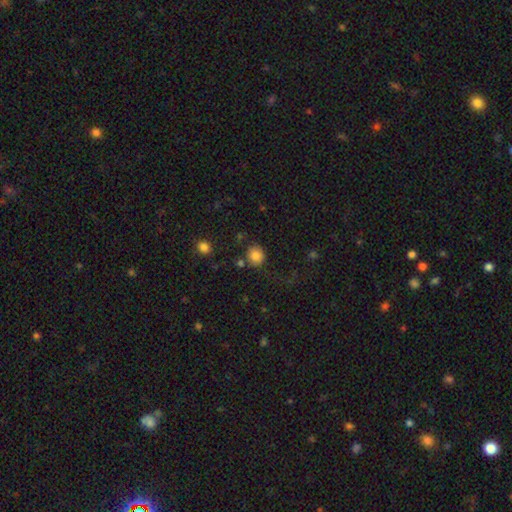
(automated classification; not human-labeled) Smooth or featured: smooth — 83% (star or artifact — 11%)
How rounded: round — 86% (in between — 13%)
Merging: none — 78% (minor disturbance — 11%)